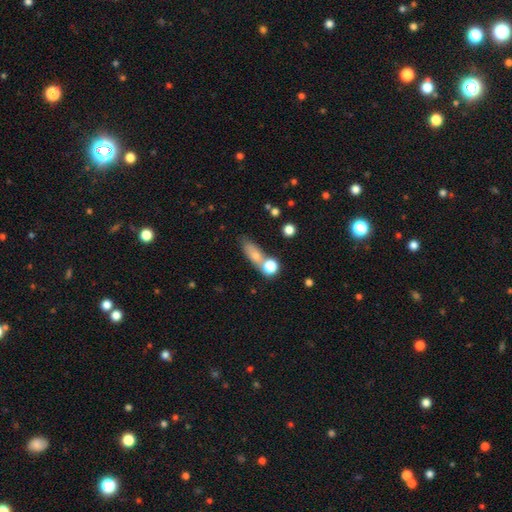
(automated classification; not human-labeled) Morphology: type=smooth (71%); roundness=in between (52%); merging=none (49%).